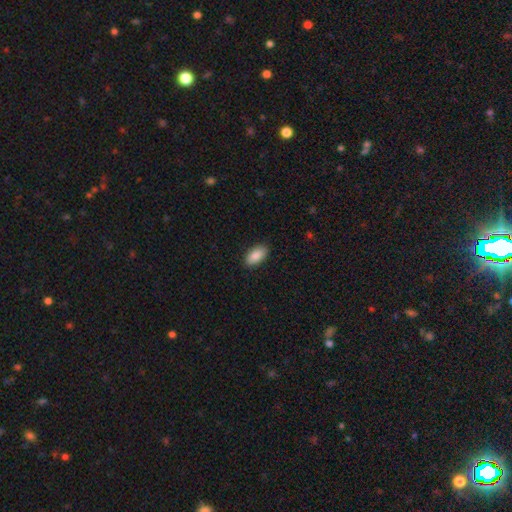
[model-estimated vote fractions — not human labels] Q: Smooth or featured?
A: smooth (87%); runner-up: star or artifact (6%)
Q: How rounded?
A: in between (93%); runner-up: cigar-shaped (4%)
Q: Merging?
A: none (89%); runner-up: minor disturbance (8%)